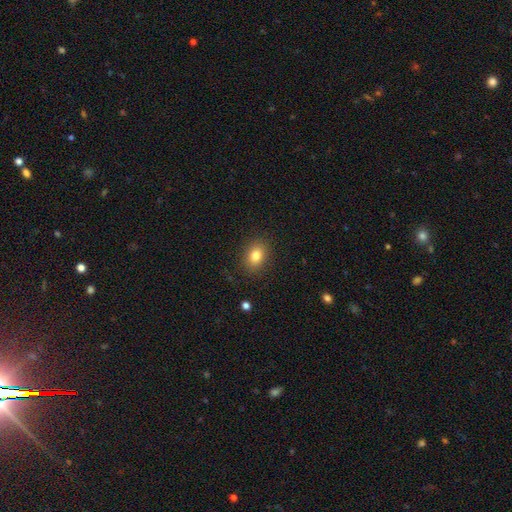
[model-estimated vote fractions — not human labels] Q: Smooth or featured?
A: smooth (82%); runner-up: star or artifact (10%)
Q: How rounded?
A: in between (67%); runner-up: round (32%)
Q: Merging?
A: none (87%); runner-up: minor disturbance (9%)